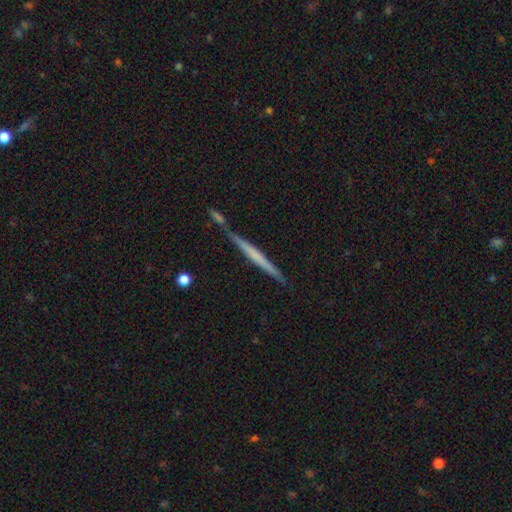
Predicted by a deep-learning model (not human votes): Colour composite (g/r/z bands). It shows a featured or disk galaxy (53%) viewed edge-on (96%) with no central bulge (78%). Merging: none (71%).